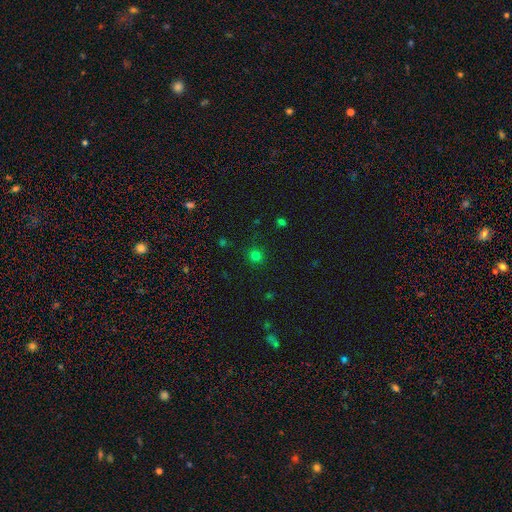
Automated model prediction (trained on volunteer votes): A smooth galaxy with no disk features (76%) that is round (93%). Merging: none (89%).